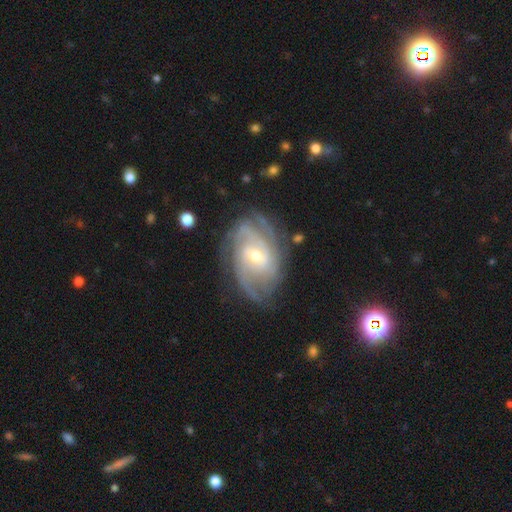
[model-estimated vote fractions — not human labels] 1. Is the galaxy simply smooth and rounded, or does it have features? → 89% featured or disk, 6% smooth, 5% star or artifact.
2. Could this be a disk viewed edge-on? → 97% no, 3% yes.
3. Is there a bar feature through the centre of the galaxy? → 44% no, 43% weak, 13% strong.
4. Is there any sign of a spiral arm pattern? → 97% yes, 3% no.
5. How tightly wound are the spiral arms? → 57% tight, 35% medium, 8% loose.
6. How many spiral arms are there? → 27% 3, 23% can't tell, 22% 2, 16% 4, 6% more than 4, 6% 1.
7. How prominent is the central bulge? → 53% small, 43% moderate, 2% large, 1% none, 1% dominant.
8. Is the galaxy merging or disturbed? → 75% none, 17% minor disturbance, 7% major disturbance, 2% merger.